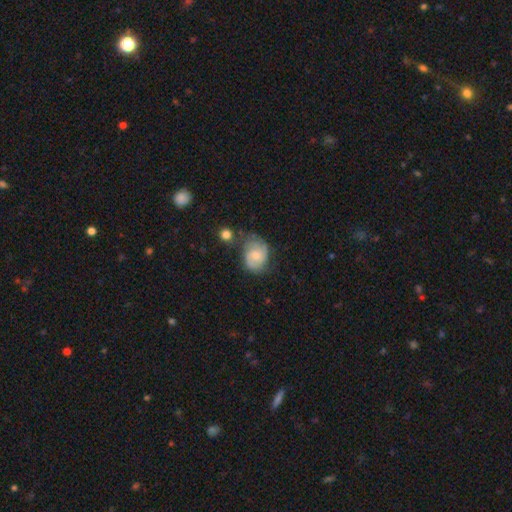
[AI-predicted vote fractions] This is possibly a featured or disk galaxy (53%). It is clearly not viewed edge-on (97%). Bar: likely no (65%). Spiral arm pattern: clearly yes (86%). Central bulge: possibly small (47%). Merging: possibly none (50%).